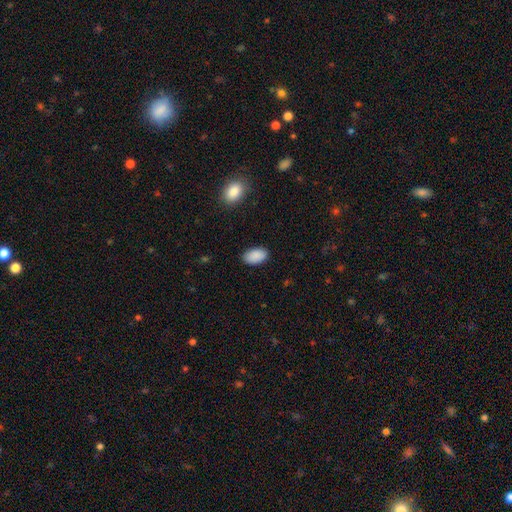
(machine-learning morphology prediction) A smooth galaxy with no disk features (90%) that is in between round and cigar-shaped (94%).

Vote fractions:
- Smooth or featured? smooth: 90% / star or artifact: 7% / featured or disk: 4%
- How rounded? in between: 94% / round: 5% / cigar-shaped: 1%
- Merging? none: 87% / minor disturbance: 10% / major disturbance: 2% / merger: 1%